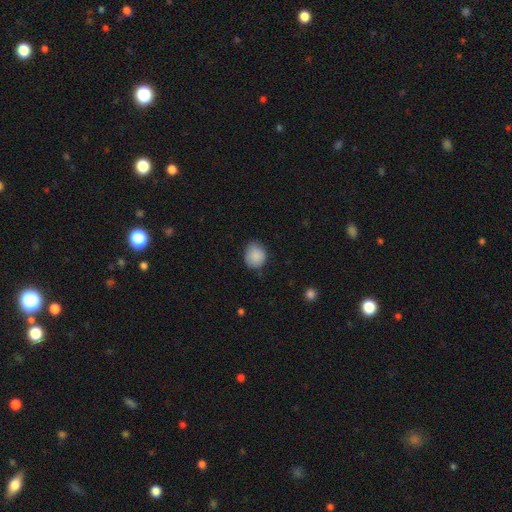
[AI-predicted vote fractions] Smooth or featured?
  - smooth: 88% *
  - star or artifact: 8%
  - featured or disk: 5%
How rounded?
  - round: 70% *
  - in between: 30%
  - cigar-shaped: 1%
Merging?
  - none: 74% *
  - minor disturbance: 22%
  - major disturbance: 4%
  - merger: 1%